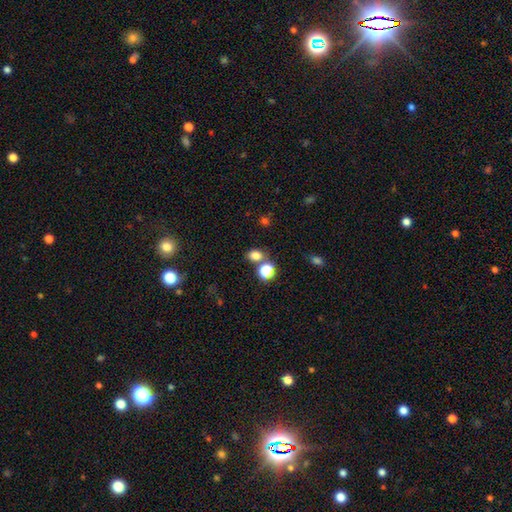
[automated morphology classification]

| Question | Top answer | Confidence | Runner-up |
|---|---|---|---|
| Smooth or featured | smooth | 76% | star or artifact (18%) |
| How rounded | in between | 54% | round (45%) |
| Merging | none | 65% | merger (20%) |